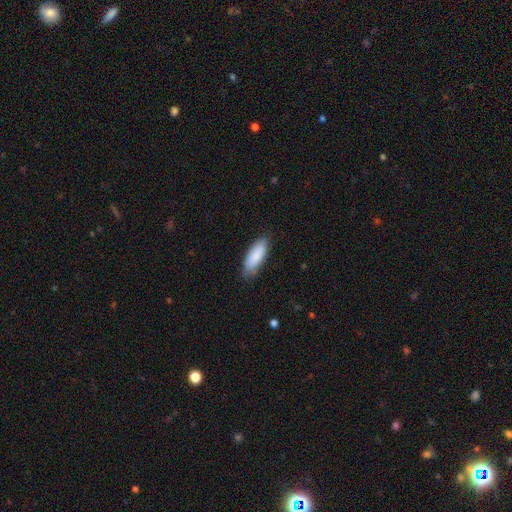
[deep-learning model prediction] Morphology: type=smooth (87%); roundness=in between (69%); merging=none (81%).